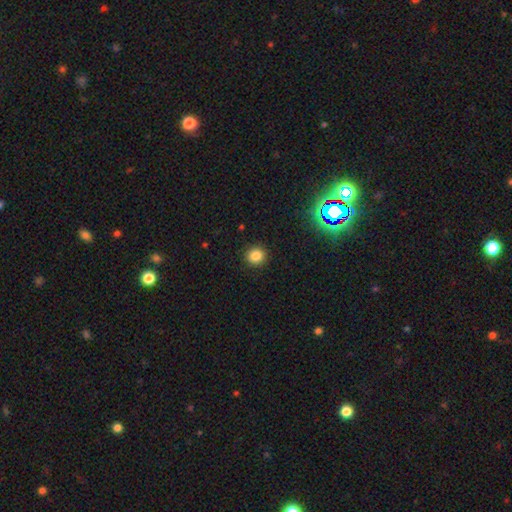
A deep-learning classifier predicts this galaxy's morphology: Q: Smooth or featured?
A: smooth (82%); runner-up: star or artifact (13%)
Q: How rounded?
A: round (89%); runner-up: in between (10%)
Q: Merging?
A: none (91%); runner-up: minor disturbance (6%)